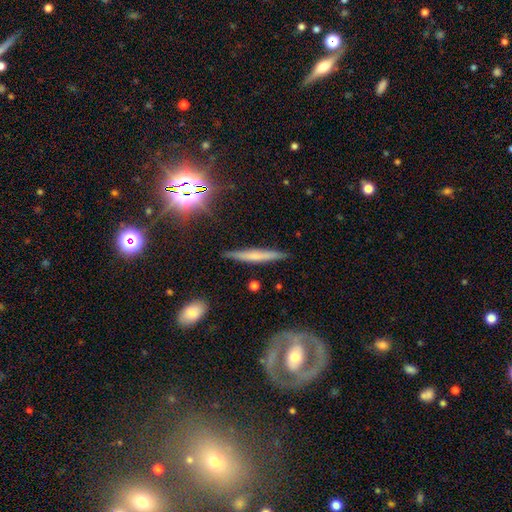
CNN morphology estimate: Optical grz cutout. It shows a smooth galaxy with no disk features (48%). Merging: none (87%).